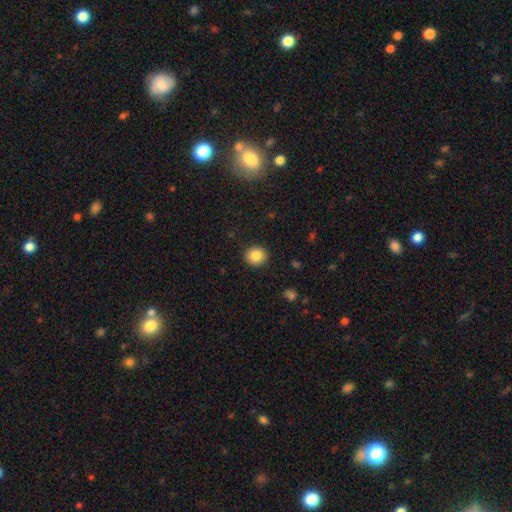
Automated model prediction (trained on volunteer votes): Q: Smooth or featured?
A: smooth (85%); runner-up: star or artifact (9%)
Q: How rounded?
A: round (86%); runner-up: in between (13%)
Q: Merging?
A: none (91%); runner-up: minor disturbance (6%)